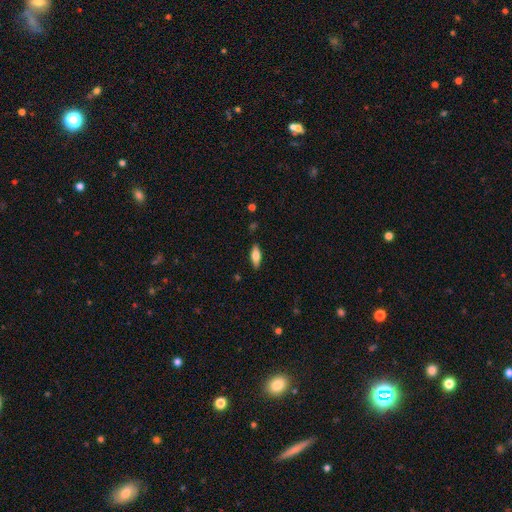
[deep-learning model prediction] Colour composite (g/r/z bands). It shows a smooth galaxy with no disk features (71%) that is in between round and cigar-shaped (69%). Merging: none (87%).